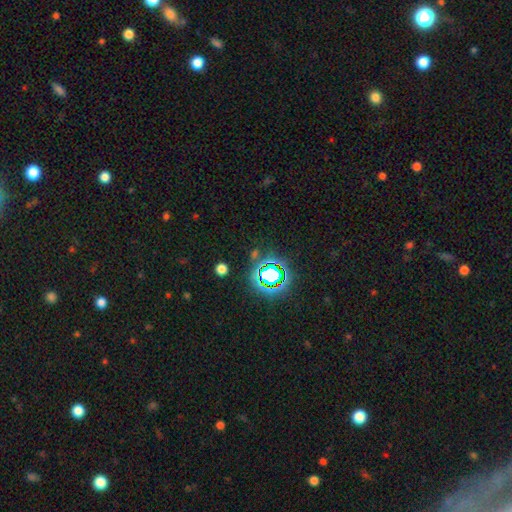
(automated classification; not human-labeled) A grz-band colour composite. It shows a star or artifact, not a galaxy (72%).